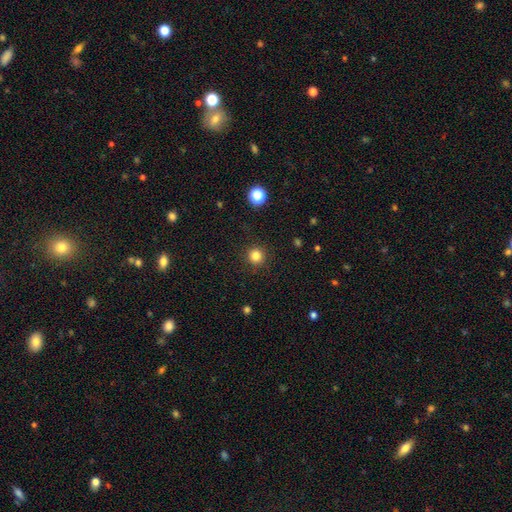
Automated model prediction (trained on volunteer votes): A smooth galaxy with no disk features (82%) that is round (95%).

Vote fractions:
- Smooth or featured? smooth: 82% / star or artifact: 13% / featured or disk: 5%
- How rounded? round: 95% / in between: 4% / cigar-shaped: 1%
- Merging? none: 91% / minor disturbance: 6% / major disturbance: 2% / merger: 1%